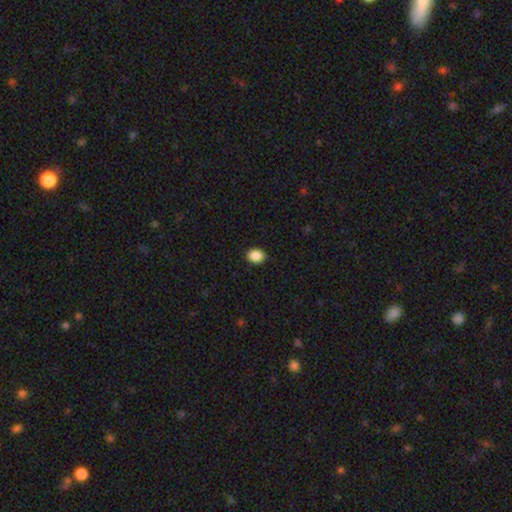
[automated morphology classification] This appears to be a smooth galaxy with no disk features (89%) that is in between round and cigar-shaped (56%). Merging: none (88%).